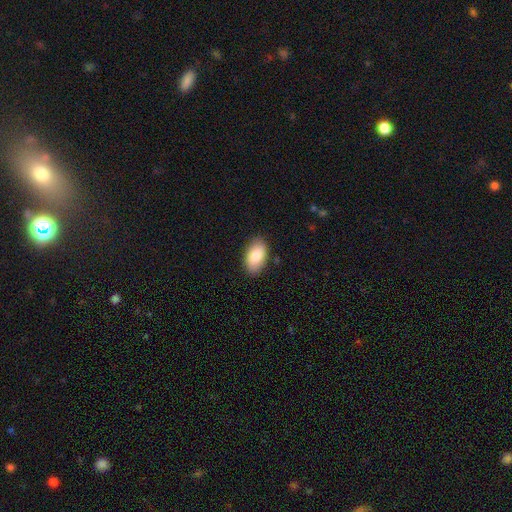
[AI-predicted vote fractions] The model was most divided on "smooth or featured": smooth: 84%, featured or disk: 10%, star or artifact: 6%. More confident: how rounded — in between (94%); merging — none (87%).